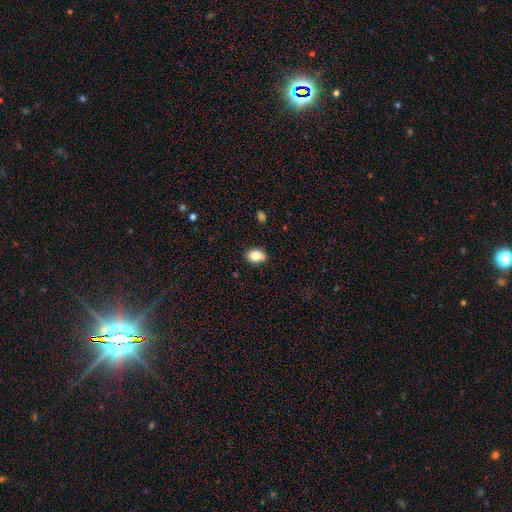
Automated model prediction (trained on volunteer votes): A smooth galaxy with no disk features (84%) that is in between round and cigar-shaped (79%). Merging: none (85%).